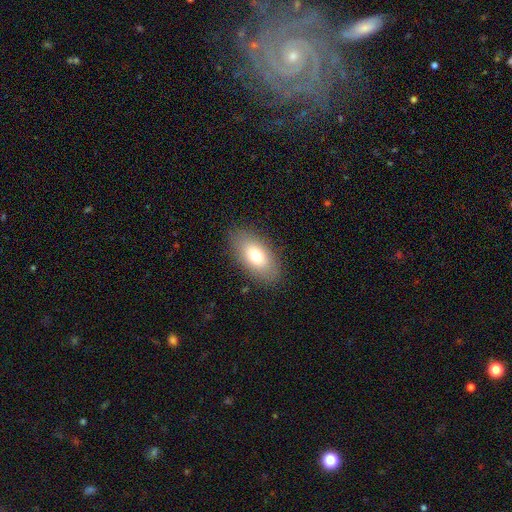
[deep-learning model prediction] smooth_or_featured: smooth (p=0.73) [alt: featured or disk p=0.18]
how_rounded: in between (p=0.90) [alt: round p=0.06]
merging: none (p=0.85) [alt: minor disturbance p=0.10]